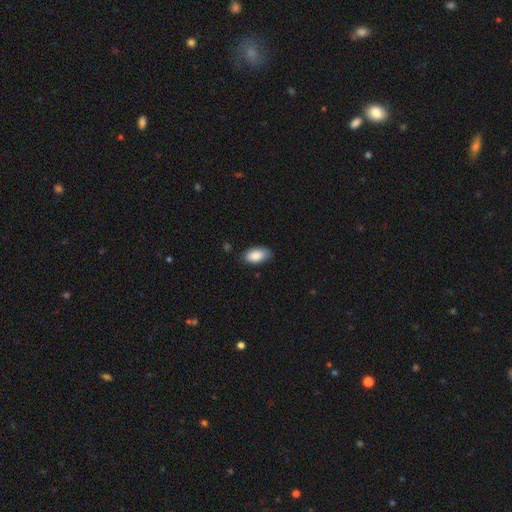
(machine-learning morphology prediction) smooth_or_featured: smooth (p=0.87) [alt: featured or disk p=0.07]
how_rounded: in between (p=0.94) [alt: round p=0.03]
merging: none (p=0.80) [alt: minor disturbance p=0.16]